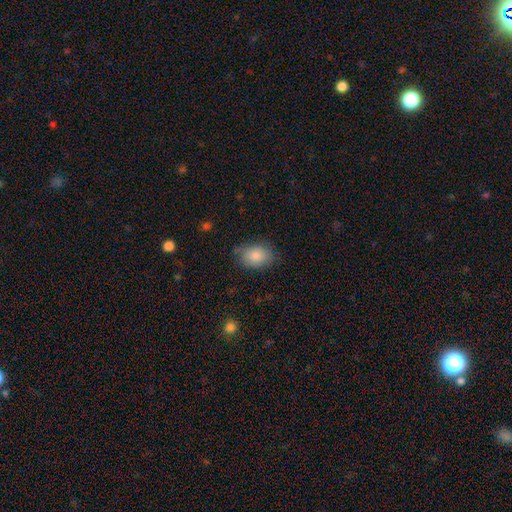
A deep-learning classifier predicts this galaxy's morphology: A smooth galaxy with no disk features (86%) that is in between round and cigar-shaped (80%).

Vote fractions:
- Smooth or featured? smooth: 86% / star or artifact: 7% / featured or disk: 7%
- How rounded? in between: 80% / round: 18% / cigar-shaped: 1%
- Merging? none: 72% / minor disturbance: 21% / major disturbance: 5% / merger: 2%